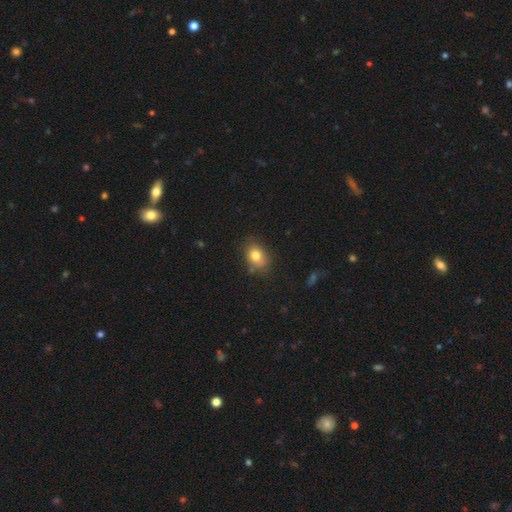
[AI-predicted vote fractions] A smooth galaxy with no disk features (80%) that is in between round and cigar-shaped (67%).

Vote fractions:
- Smooth or featured? smooth: 80% / star or artifact: 10% / featured or disk: 10%
- How rounded? in between: 67% / round: 32% / cigar-shaped: 1%
- Merging? none: 73% / minor disturbance: 19% / major disturbance: 4% / merger: 3%